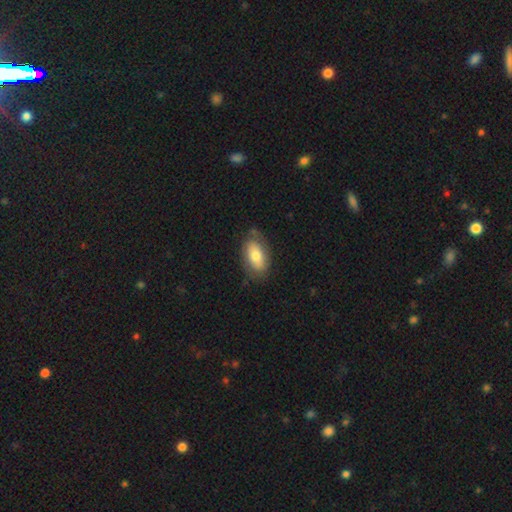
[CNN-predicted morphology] This is likely a smooth galaxy (70%). How rounded: clearly in between (92%). Merging: likely none (70%).